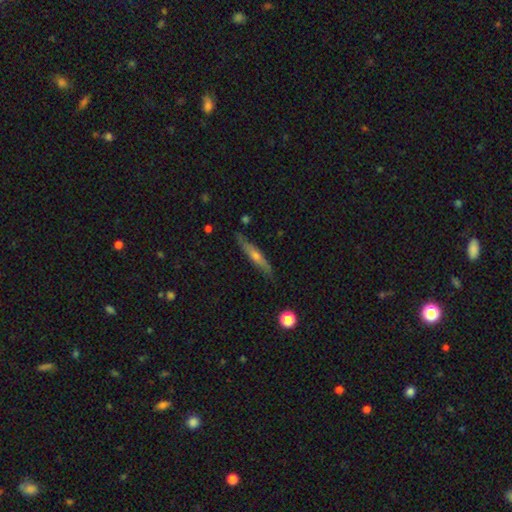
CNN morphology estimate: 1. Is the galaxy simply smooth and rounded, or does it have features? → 56% featured or disk, 37% smooth, 7% star or artifact.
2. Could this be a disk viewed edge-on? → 90% yes, 10% no.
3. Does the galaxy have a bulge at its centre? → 72% rounded, 22% none, 6% boxy.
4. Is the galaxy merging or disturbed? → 83% none, 13% minor disturbance, 2% major disturbance, 2% merger.